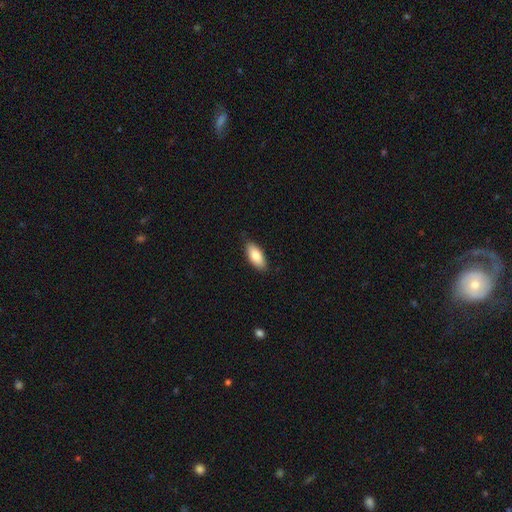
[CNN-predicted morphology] Smooth or featured? smooth (85%)
How rounded? in between (87%)
Merging? none (85%)